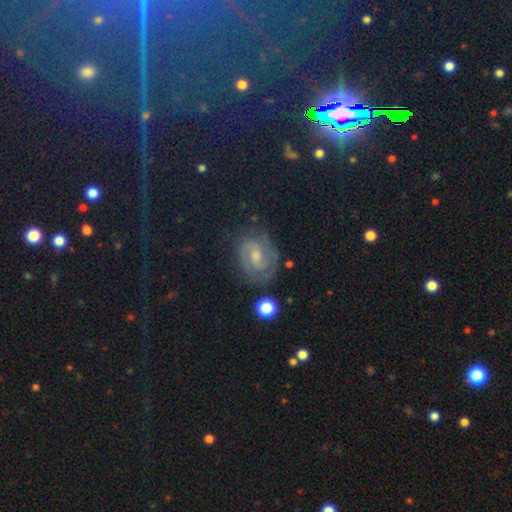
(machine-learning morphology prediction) smooth_or_featured: featured or disk (p=0.69) [alt: star or artifact p=0.17]
disk_edge_on: no (p=0.97) [alt: yes p=0.03]
bar: weak (p=0.58) [alt: no p=0.27]
has_spiral_arms: yes (p=0.93) [alt: no p=0.07]
spiral_winding: tight (p=0.47) [alt: medium p=0.43]
spiral_arm_count: 2 (p=0.80) [alt: can't tell p=0.10]
bulge_size: small (p=0.49) [alt: moderate p=0.41]
merging: none (p=0.76) [alt: minor disturbance p=0.16]